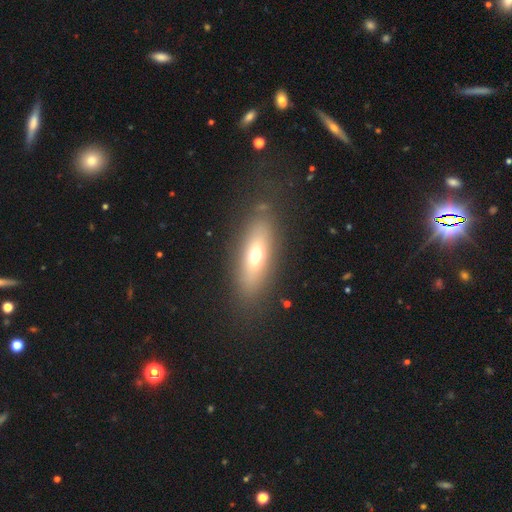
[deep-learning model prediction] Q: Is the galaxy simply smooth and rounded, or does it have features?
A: smooth — 59%.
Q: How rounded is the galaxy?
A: in between — 58%.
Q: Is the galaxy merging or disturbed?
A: none — 81%.